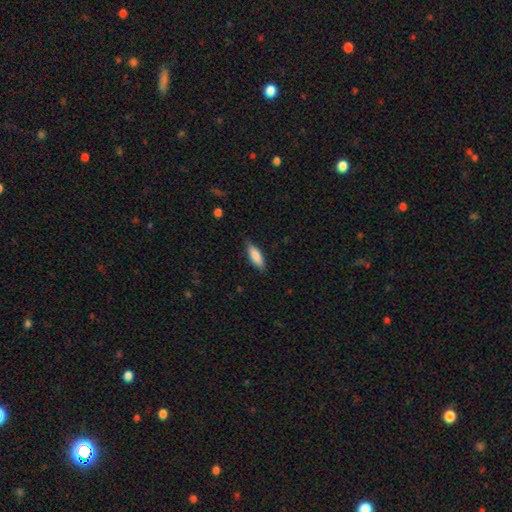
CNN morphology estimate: Overall: smooth (84%). How rounded: in between (60%; cigar-shaped 38%). Merging: none (82%).